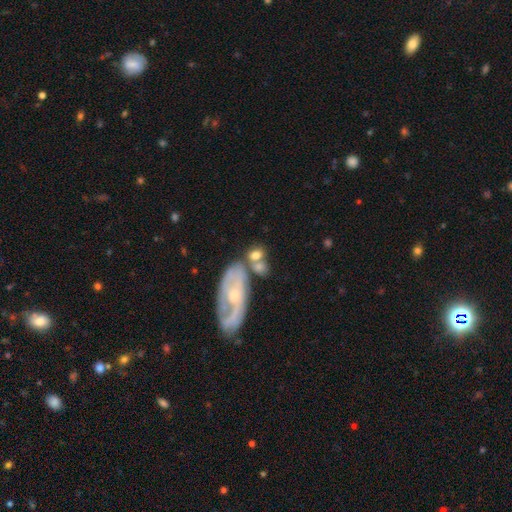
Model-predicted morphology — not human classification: This is likely a smooth galaxy (62%). How rounded: likely in between (67%). Merging: marginally merger (38%).